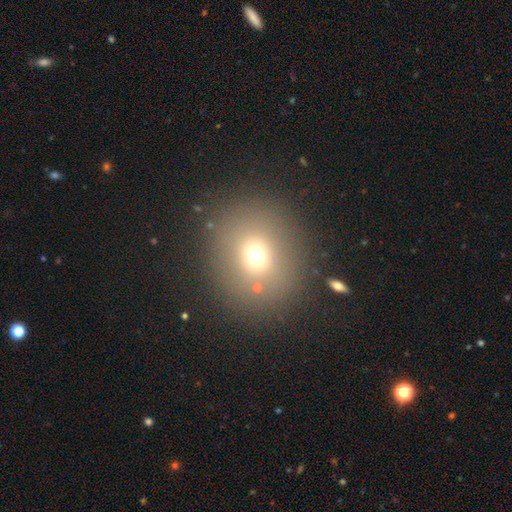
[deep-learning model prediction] Q: Smooth or featured?
A: smooth (68%); runner-up: star or artifact (19%)
Q: How rounded?
A: round (83%); runner-up: in between (16%)
Q: Merging?
A: none (84%); runner-up: minor disturbance (8%)